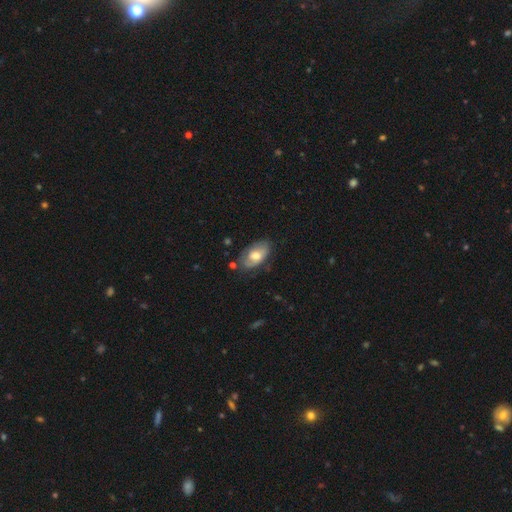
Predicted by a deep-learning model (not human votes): This appears to be a smooth galaxy with no disk features (58%) that is in between round and cigar-shaped (93%). Merging: none (62%).